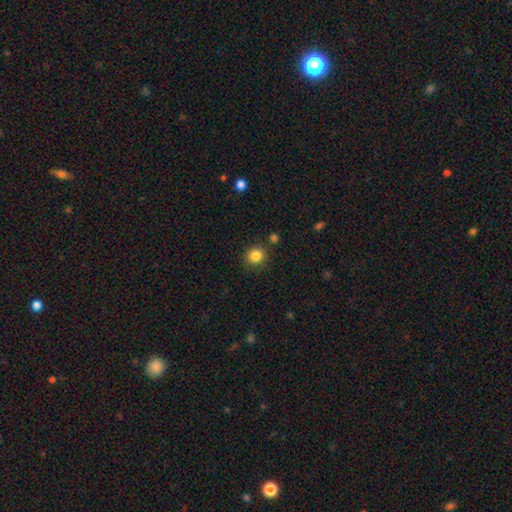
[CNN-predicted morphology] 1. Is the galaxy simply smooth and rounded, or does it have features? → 85% smooth, 11% star or artifact, 5% featured or disk.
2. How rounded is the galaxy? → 87% round, 13% in between, 1% cigar-shaped.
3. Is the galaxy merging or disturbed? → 84% none, 9% minor disturbance, 4% merger, 3% major disturbance.